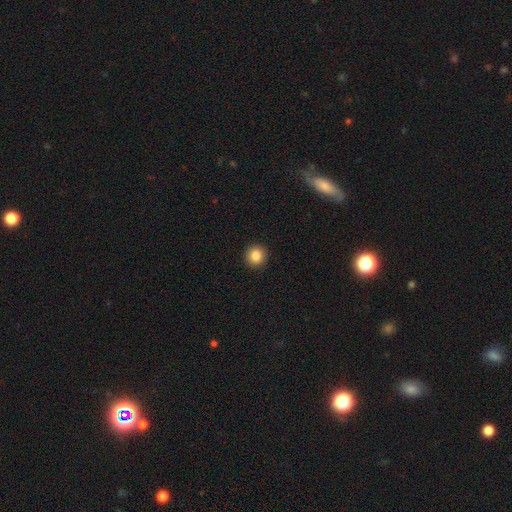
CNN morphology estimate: This appears to be a smooth galaxy with no disk features (85%) that is round (92%). Merging: none (93%).